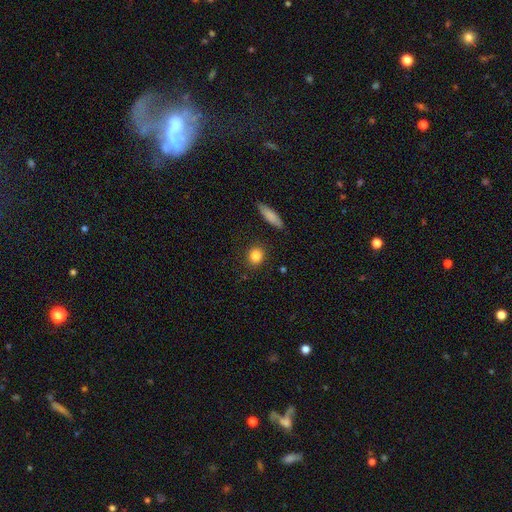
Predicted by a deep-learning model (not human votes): Smooth or featured? smooth (84%)
How rounded? round (74%)
Merging? none (88%)